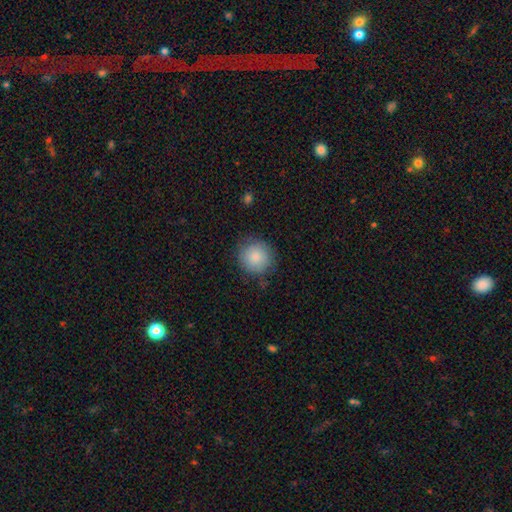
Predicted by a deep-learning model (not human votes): Smooth or featured? smooth (85%)
How rounded? round (93%)
Merging? none (81%)